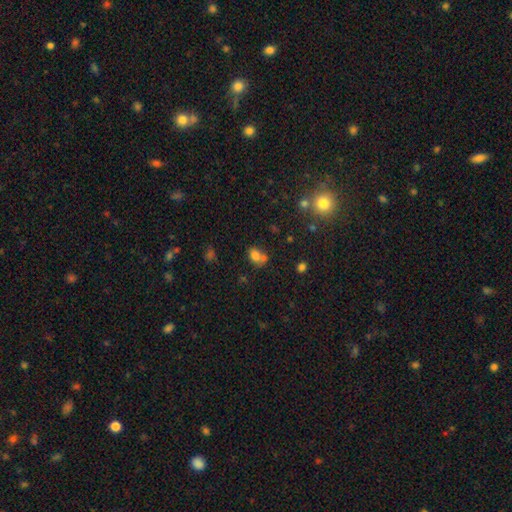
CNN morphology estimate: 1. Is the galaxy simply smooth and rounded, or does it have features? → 76% smooth, 14% star or artifact, 10% featured or disk.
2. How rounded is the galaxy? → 59% in between, 39% round, 1% cigar-shaped.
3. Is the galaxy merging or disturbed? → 39% merger (tied), 39% none (tied), 15% minor disturbance, 7% major disturbance.